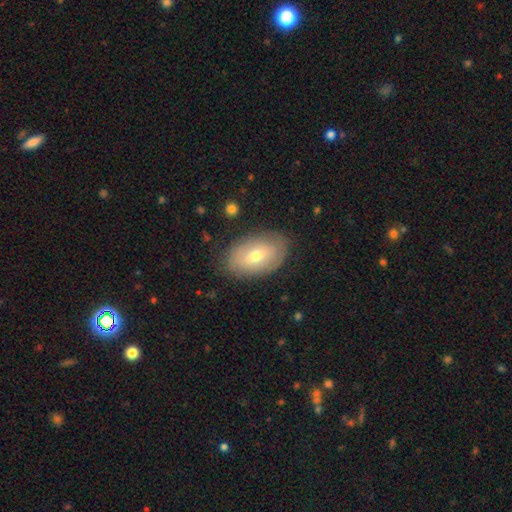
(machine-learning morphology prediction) The model was most divided on "smooth or featured": smooth: 56%, featured or disk: 36%, star or artifact: 8%. More confident: how rounded — in between (92%); merging — none (83%).